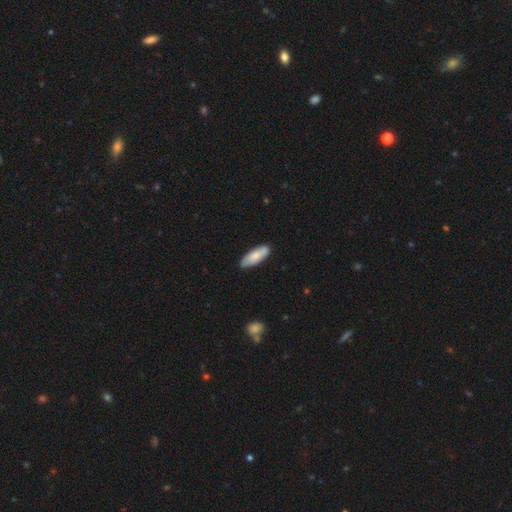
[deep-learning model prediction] Smooth or featured: smooth — 79% (featured or disk — 16%)
How rounded: in between — 66% (cigar-shaped — 32%)
Merging: none — 84% (minor disturbance — 13%)